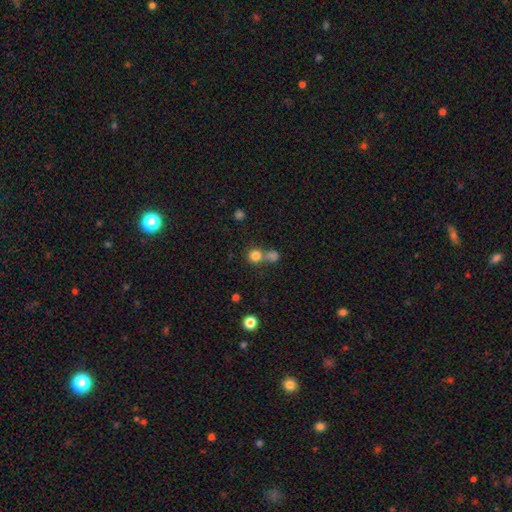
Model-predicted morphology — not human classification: Smooth or featured?
  - smooth: 80% *
  - star or artifact: 13%
  - featured or disk: 7%
How rounded?
  - round: 91% *
  - in between: 8%
  - cigar-shaped: 1%
Merging?
  - none: 55% *
  - merger: 35%
  - minor disturbance: 7%
  - major disturbance: 4%